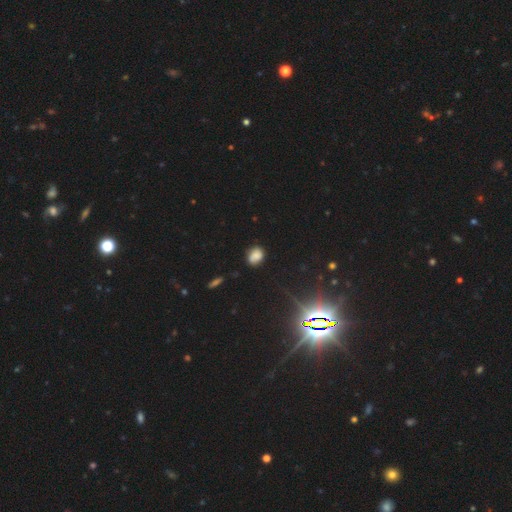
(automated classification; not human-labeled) smooth_or_featured: smooth (p=0.78) [alt: star or artifact p=0.14]
how_rounded: in between (p=0.65) [alt: round p=0.33]
merging: none (p=0.74) [alt: minor disturbance p=0.20]